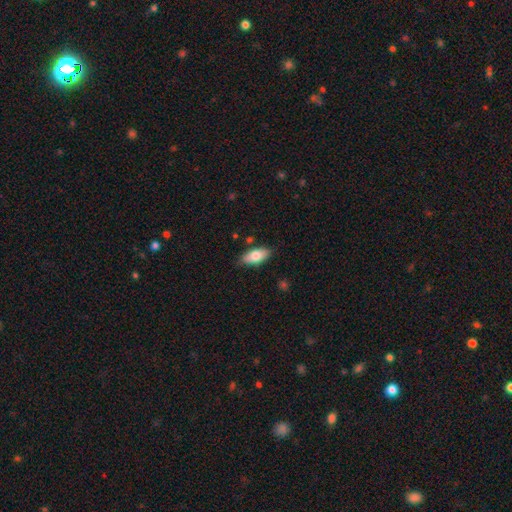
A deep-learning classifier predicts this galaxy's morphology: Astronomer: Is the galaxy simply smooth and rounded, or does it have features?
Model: smooth — 79%.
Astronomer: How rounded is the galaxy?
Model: in between — 87%.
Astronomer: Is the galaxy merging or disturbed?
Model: none — 82%.